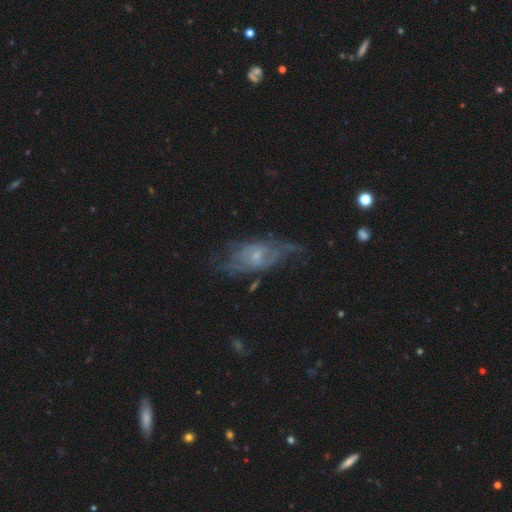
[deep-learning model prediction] Smooth or featured?
  - featured or disk: 69% *
  - smooth: 22%
  - star or artifact: 8%
Edge-on disk?
  - no: 90% *
  - yes: 10%
Bar?
  - no: 55% *
  - weak: 38%
  - strong: 6%
Spiral arms?
  - yes: 71% *
  - no: 29%
Bulge size?
  - small: 59% *
  - moderate: 29%
  - none: 8%
  - large: 2%
  - dominant: 1%
Merging?
  - none: 50% *
  - minor disturbance: 26%
  - major disturbance: 20%
  - merger: 3%